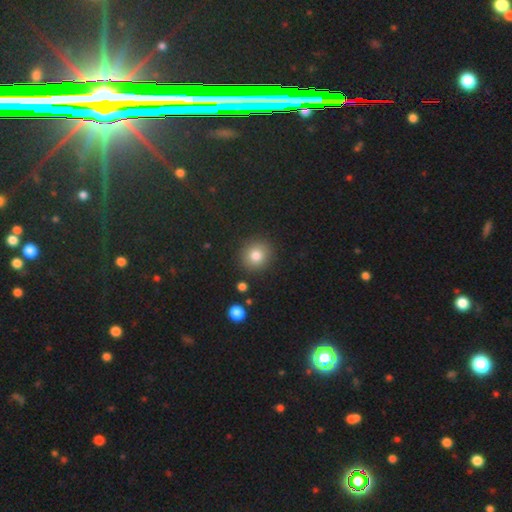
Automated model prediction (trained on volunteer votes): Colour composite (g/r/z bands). It shows a smooth galaxy with no disk features (80%) that is round (86%). Merging: none (88%).